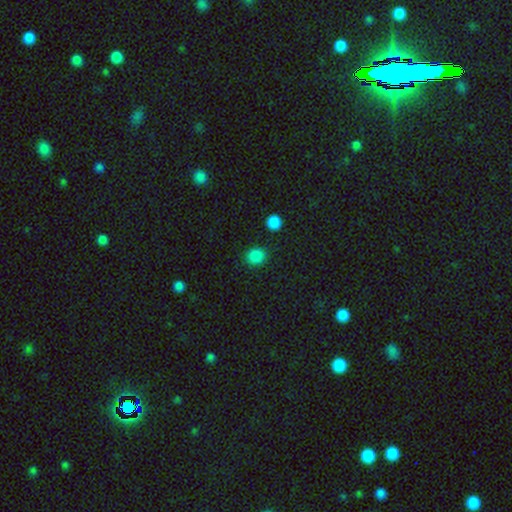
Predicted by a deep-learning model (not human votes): smooth_or_featured: smooth (p=0.85) [alt: star or artifact p=0.12]
how_rounded: round (p=0.80) [alt: in between p=0.19]
merging: none (p=0.88) [alt: minor disturbance p=0.08]